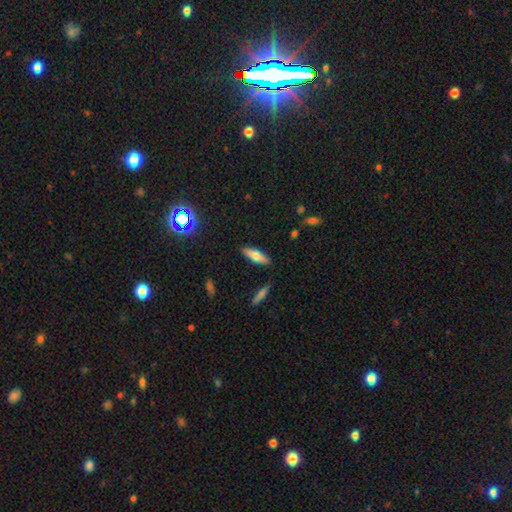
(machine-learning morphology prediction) Smooth or featured: smooth — 59% (featured or disk — 33%)
How rounded: cigar-shaped — 55% (in between — 43%)
Merging: none — 86% (minor disturbance — 9%)